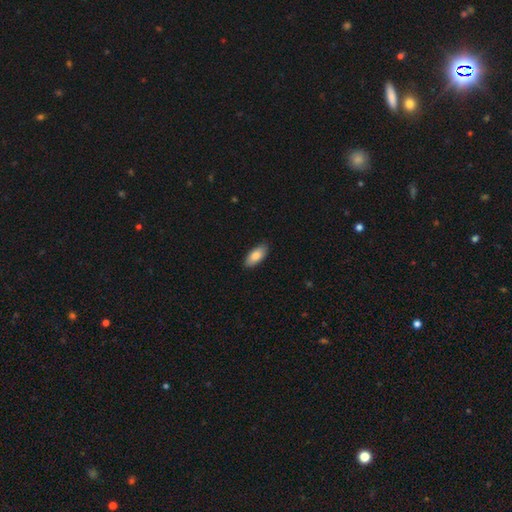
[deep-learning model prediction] This appears to be a smooth galaxy with no disk features (83%) that is in between round and cigar-shaped (89%). Merging: none (88%).